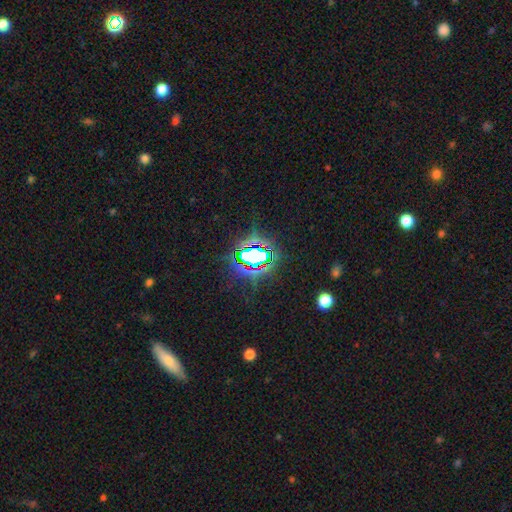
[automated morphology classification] This is likely a star or artifact rather than a galaxy (74%).